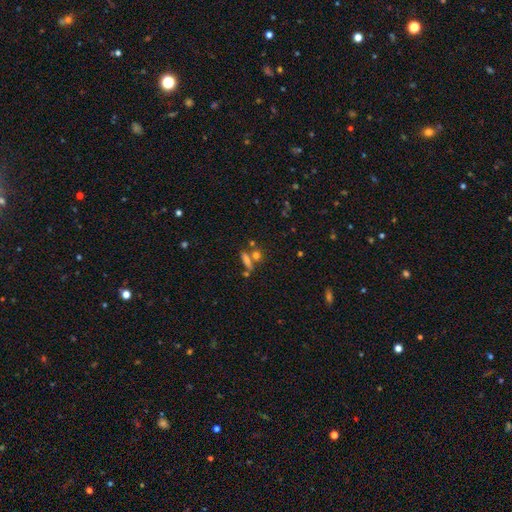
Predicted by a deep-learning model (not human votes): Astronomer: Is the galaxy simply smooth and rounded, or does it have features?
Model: smooth — 52% (runner-up: star or artifact, 29%).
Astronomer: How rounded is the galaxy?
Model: in between — 37% (runner-up: round, 32%).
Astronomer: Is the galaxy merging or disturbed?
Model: none — 54%.